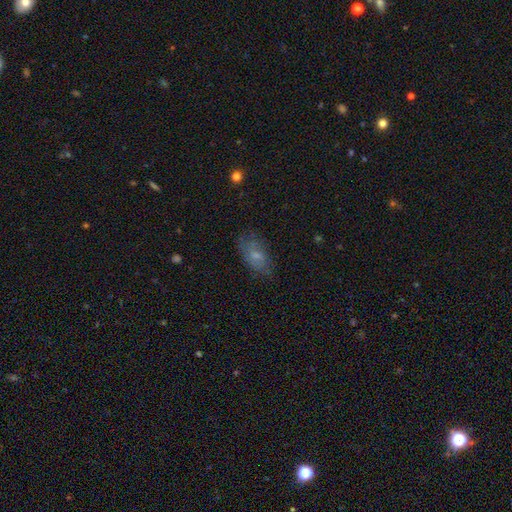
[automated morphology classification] Smooth or featured? smooth (63%)
How rounded? in between (89%)
Merging? none (70%)